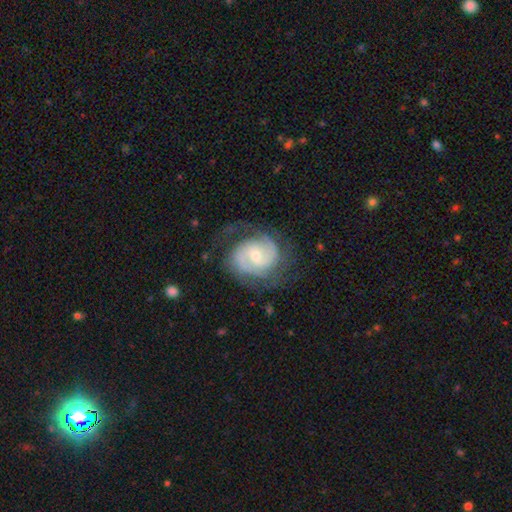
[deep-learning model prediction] featured or disk 86%, smooth 9%, star or artifact 5%. Down the decision tree: edge-on disk — no (98%); bar — no (49%); spiral arms — yes (96%); spiral arm count — 2 (75%); spiral winding — tight (48%); bulge size — small (53%); merging — none (68%).